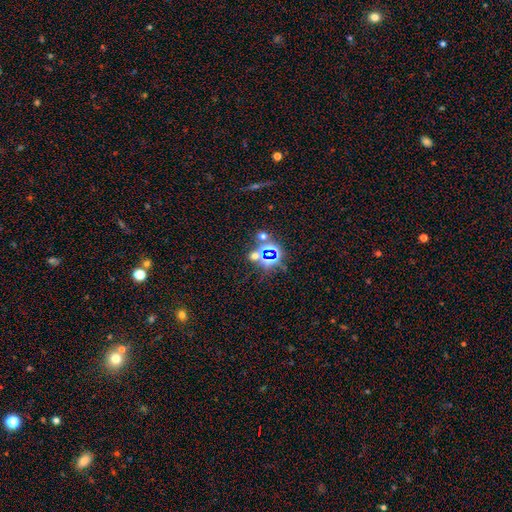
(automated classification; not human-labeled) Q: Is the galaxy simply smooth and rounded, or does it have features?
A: star or artifact — 65%.